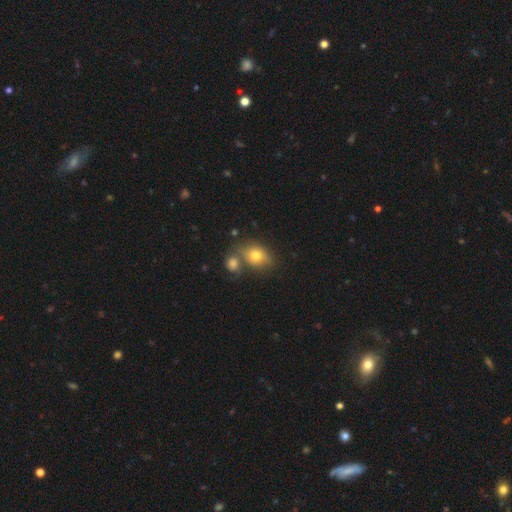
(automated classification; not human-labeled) Morphology: type=smooth (76%); roundness=in between (61%); merging=none (51%).